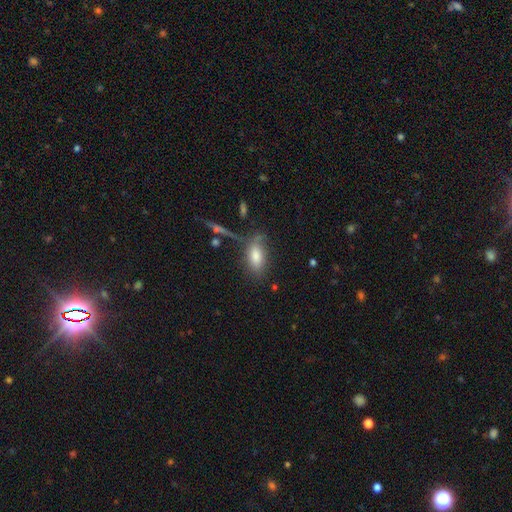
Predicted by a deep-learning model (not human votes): Smooth or featured: smooth — 73% (featured or disk — 17%)
How rounded: in between — 83% (cigar-shaped — 13%)
Merging: none — 61% (minor disturbance — 22%)